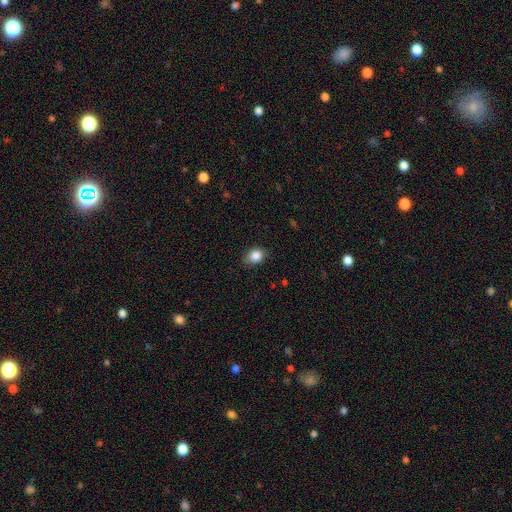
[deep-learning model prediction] Smooth or featured? smooth (86%)
How rounded? in between (60%)
Merging? none (79%)